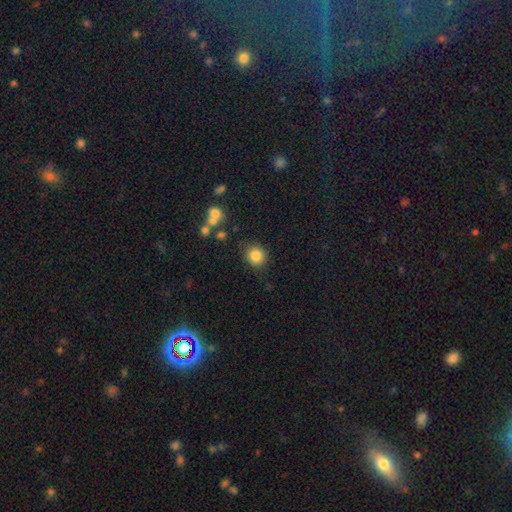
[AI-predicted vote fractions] smooth-or-featured: smooth: 85% | star or artifact: 10% | featured or disk: 5%
  how-rounded: round: 83% | in between: 16% | cigar-shaped: 1%
  merging: none: 81% | minor disturbance: 11% | major disturbance: 4% | merger: 4%